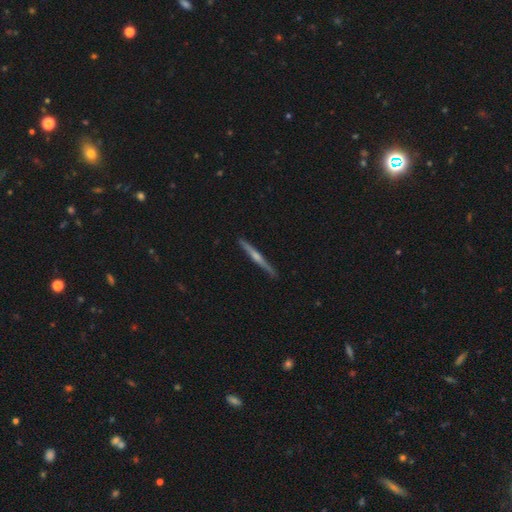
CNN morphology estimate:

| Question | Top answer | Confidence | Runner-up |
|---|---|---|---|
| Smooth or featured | featured or disk | 72% | smooth (22%) |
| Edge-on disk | yes | 98% | no (2%) |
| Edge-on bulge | rounded | 72% | none (19%) |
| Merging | none | 90% | minor disturbance (7%) |